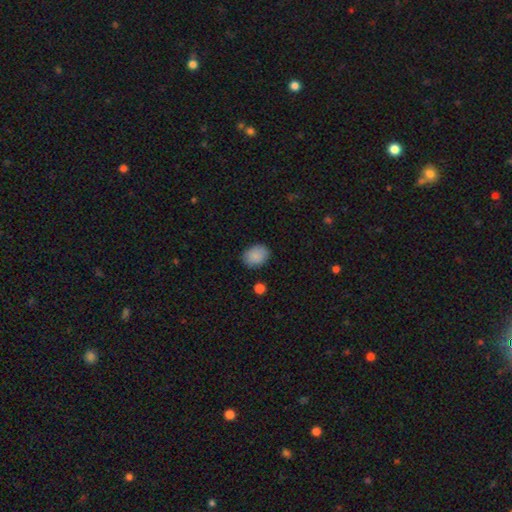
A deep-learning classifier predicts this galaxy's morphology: This is clearly a smooth galaxy (88%). How rounded: likely in between (64%). Merging: clearly none (84%).